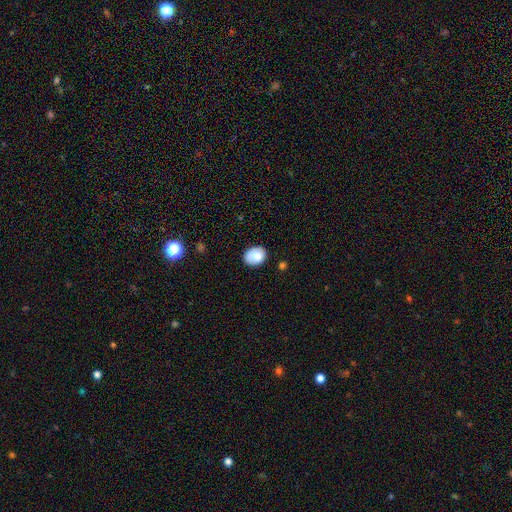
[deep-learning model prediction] A smooth galaxy with no disk features (83%) that is in between round and cigar-shaped (60%).

Vote fractions:
- Smooth or featured? smooth: 83% / featured or disk: 9% / star or artifact: 8%
- How rounded? in between: 60% / round: 39% / cigar-shaped: 1%
- Merging? none: 73% / minor disturbance: 20% / major disturbance: 4% / merger: 3%